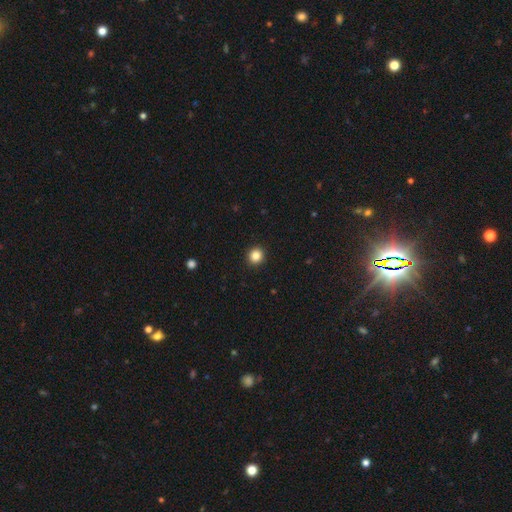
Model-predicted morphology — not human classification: This appears to be a smooth galaxy with no disk features (86%) that is round (91%). Merging: none (93%).